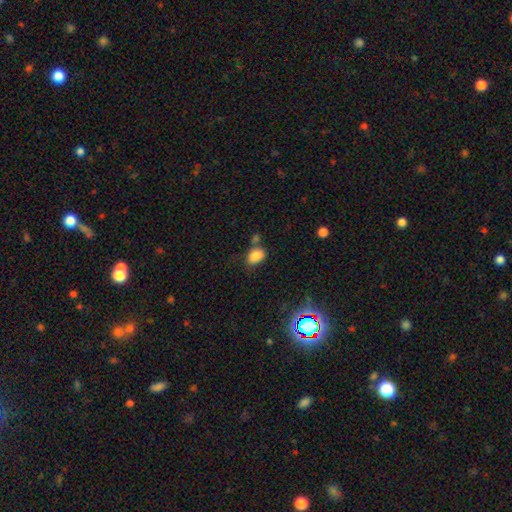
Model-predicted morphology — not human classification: Smooth or featured? smooth (83%)
How rounded? in between (80%)
Merging? none (55%)